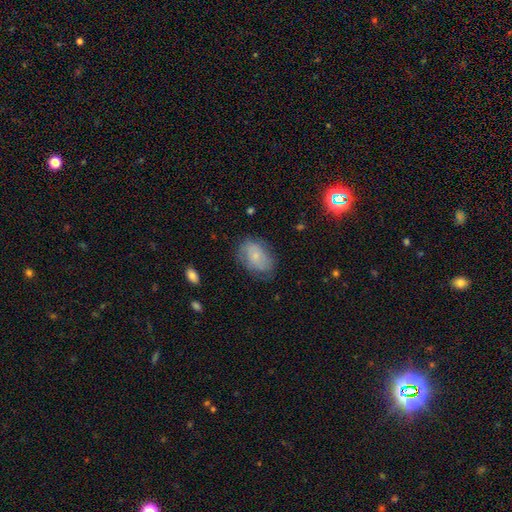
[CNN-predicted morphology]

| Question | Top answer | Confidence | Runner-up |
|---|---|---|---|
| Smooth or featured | smooth | 67% | featured or disk (24%) |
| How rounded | in between | 79% | round (20%) |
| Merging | none | 65% | minor disturbance (24%) |